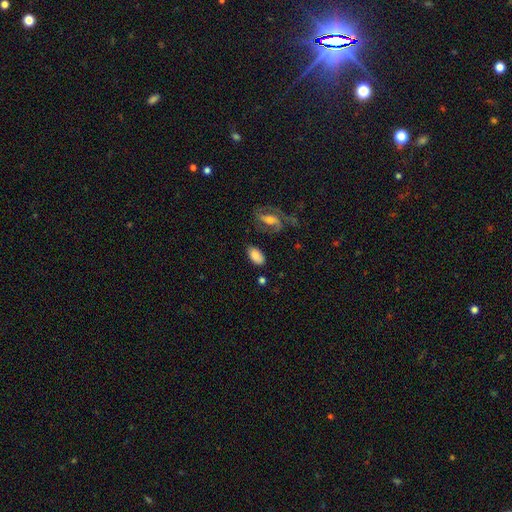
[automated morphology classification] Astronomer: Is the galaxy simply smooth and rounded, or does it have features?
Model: smooth — 77%.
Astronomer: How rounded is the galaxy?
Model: in between — 93%.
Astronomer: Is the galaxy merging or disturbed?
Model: none — 72%.